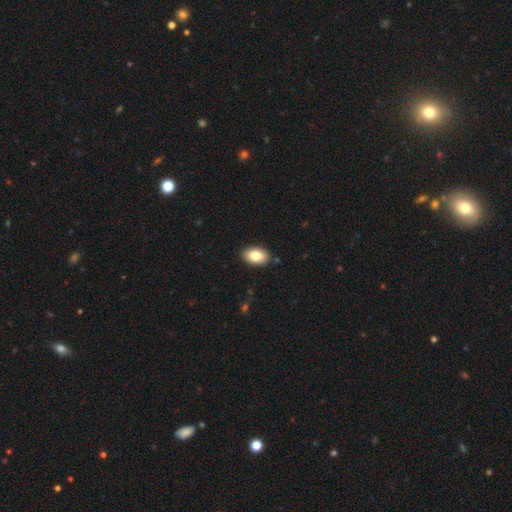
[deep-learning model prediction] Overall: smooth (83%). How rounded: in between (91%). Merging: none (88%).